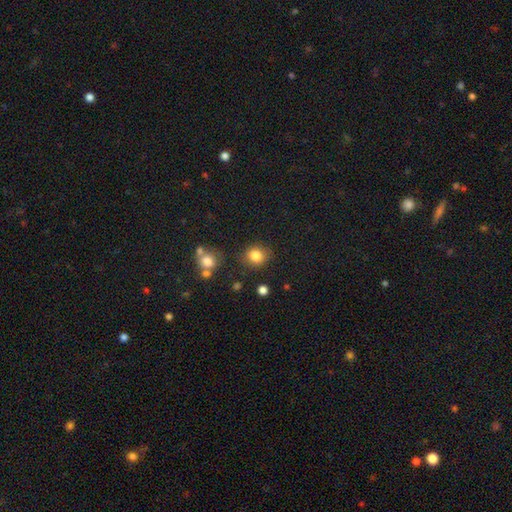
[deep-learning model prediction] Smooth or featured: smooth — 83% (star or artifact — 11%)
How rounded: round — 78% (in between — 21%)
Merging: none — 81% (minor disturbance — 11%)